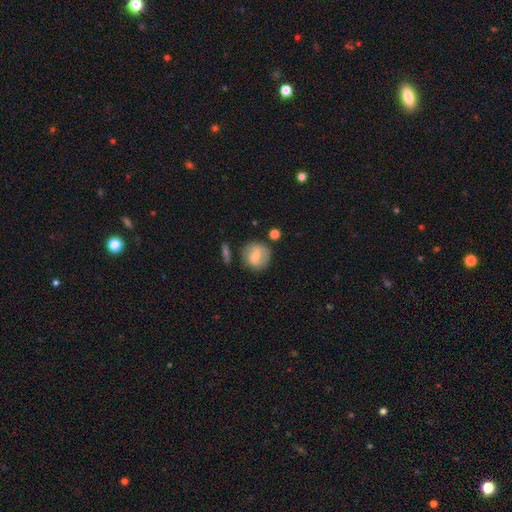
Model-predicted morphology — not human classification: smooth 65%, featured or disk 28%, star or artifact 8%. Down the decision tree: how rounded — round (79%); merging — none (68%).